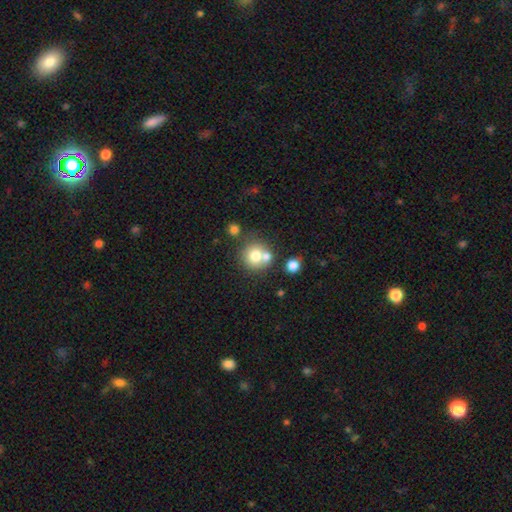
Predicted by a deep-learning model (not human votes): A smooth galaxy with no disk features (73%) that is round (90%). Merging: none (53%).